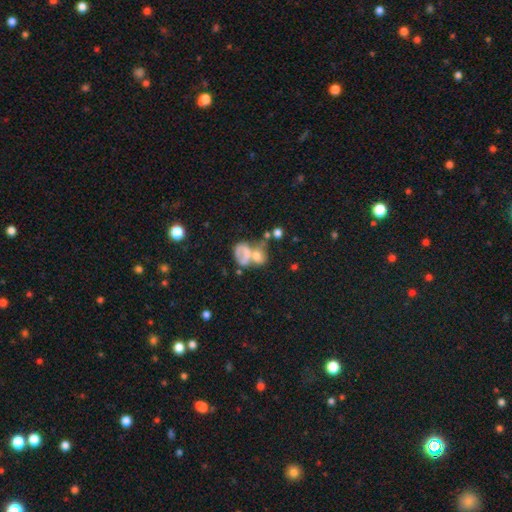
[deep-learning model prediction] Smooth or featured? smooth (44%)
Merging? merger (44%)